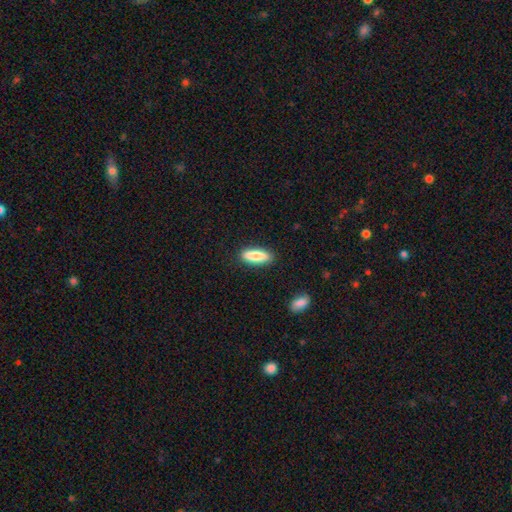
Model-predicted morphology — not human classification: The model was most divided on "how rounded": in between: 54%, cigar-shaped: 44%, round: 2%. More confident: merging — none (87%); smooth or featured — smooth (83%).